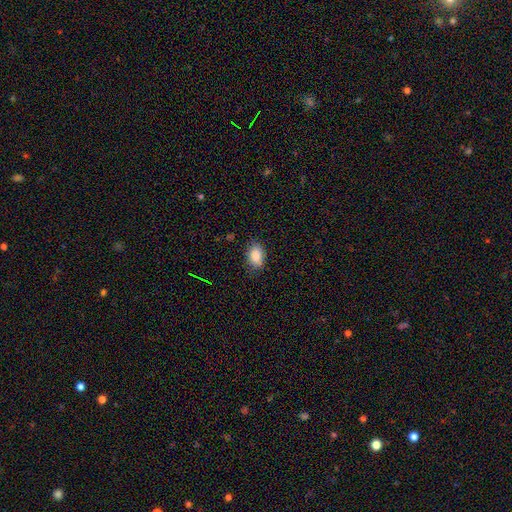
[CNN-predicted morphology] smooth_or_featured: smooth (p=0.85) [alt: star or artifact p=0.08]
how_rounded: in between (p=0.84) [alt: round p=0.15]
merging: none (p=0.78) [alt: minor disturbance p=0.17]